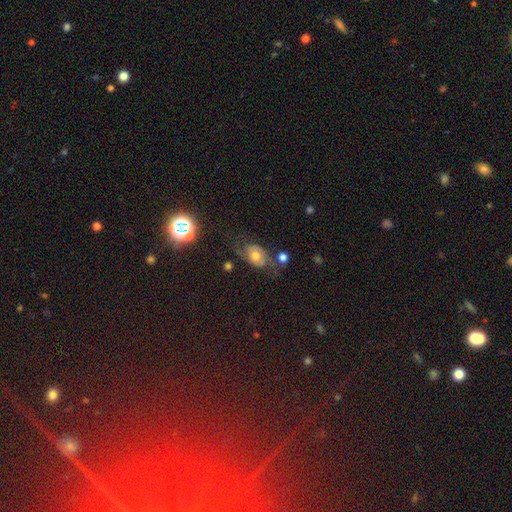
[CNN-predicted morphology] featured or disk 49%, smooth 38%, star or artifact 14%. Down the decision tree: merging — none (55%).